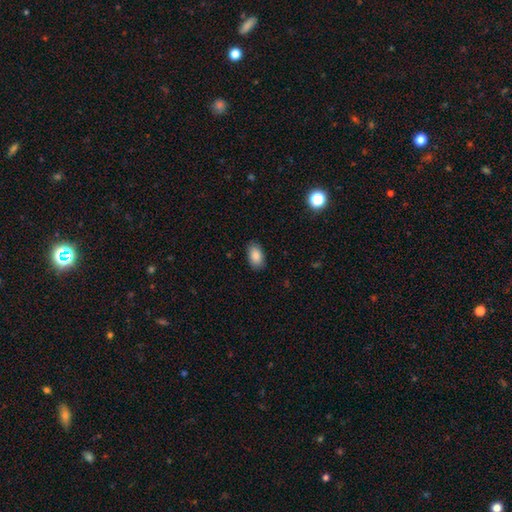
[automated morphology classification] smooth-or-featured: smooth: 87% | star or artifact: 7% | featured or disk: 5%
  how-rounded: in between: 92% | round: 7% | cigar-shaped: 2%
  merging: none: 86% | minor disturbance: 10% | major disturbance: 2% | merger: 1%